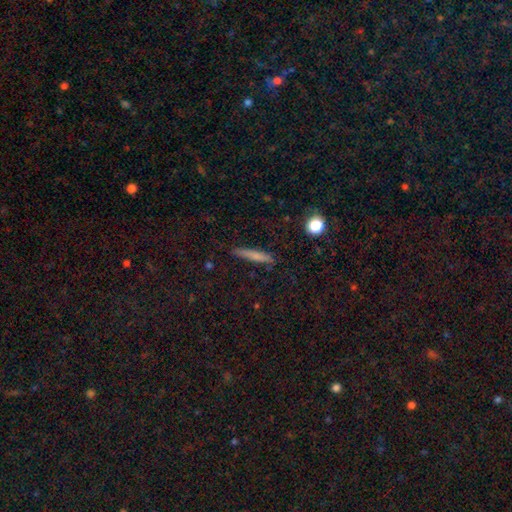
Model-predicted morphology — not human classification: This is likely a smooth galaxy (68%). How rounded: clearly cigar-shaped (92%). Merging: clearly none (84%).